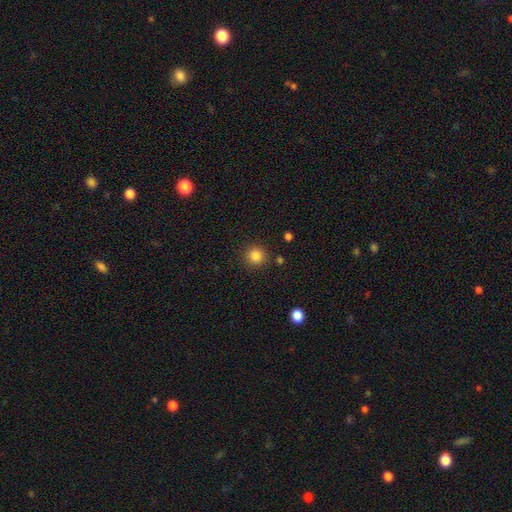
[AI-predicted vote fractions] Smooth or featured: smooth — 84% (star or artifact — 12%)
How rounded: round — 94% (in between — 5%)
Merging: none — 89% (minor disturbance — 6%)